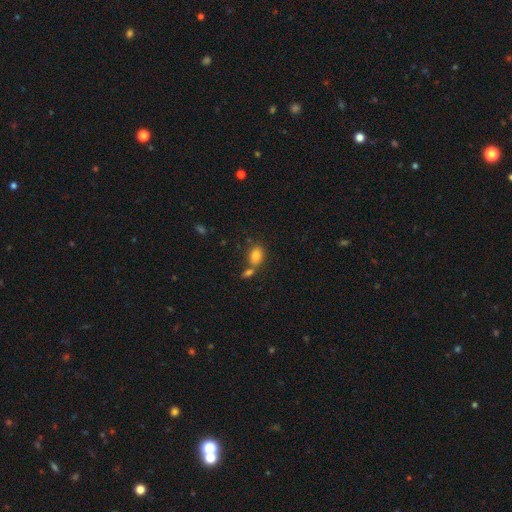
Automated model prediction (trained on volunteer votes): The model was most divided on "merging": none: 51%, merger: 32%, minor disturbance: 12%, major disturbance: 4%. More confident: smooth or featured — smooth (83%); how rounded — in between (77%).